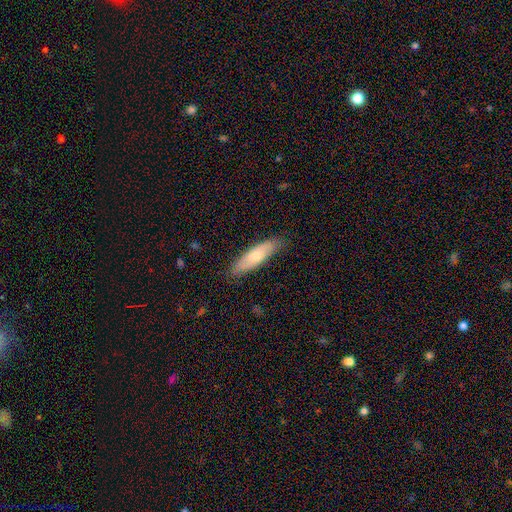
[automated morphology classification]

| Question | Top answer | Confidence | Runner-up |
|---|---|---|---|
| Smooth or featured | smooth | 71% | featured or disk (24%) |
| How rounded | cigar-shaped | 61% | in between (37%) |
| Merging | none | 82% | minor disturbance (14%) |